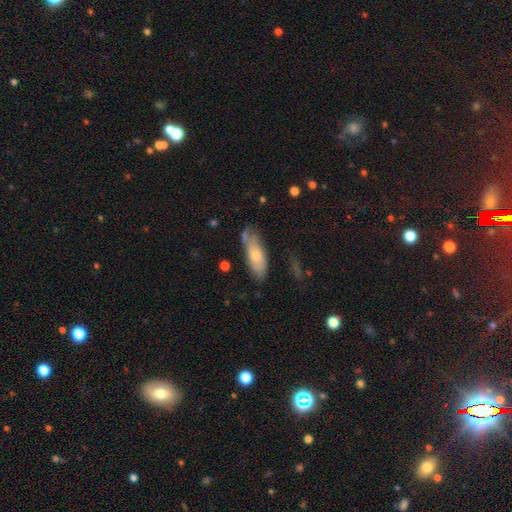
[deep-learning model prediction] smooth 64%, featured or disk 30%, star or artifact 6%. Down the decision tree: how rounded — in between (69%); merging — none (60%).